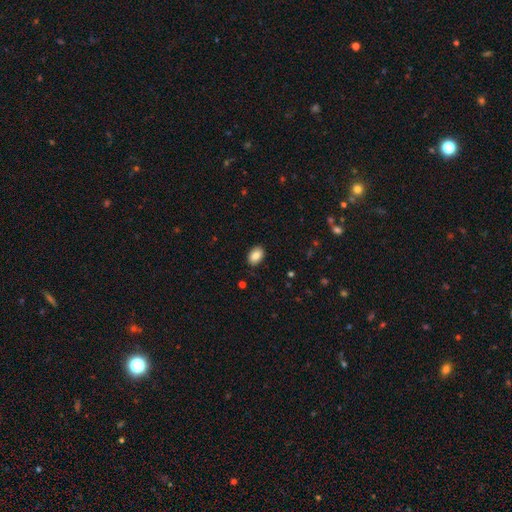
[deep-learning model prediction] Smooth or featured: smooth — 86% (star or artifact — 8%)
How rounded: in between — 85% (round — 14%)
Merging: none — 87% (minor disturbance — 10%)